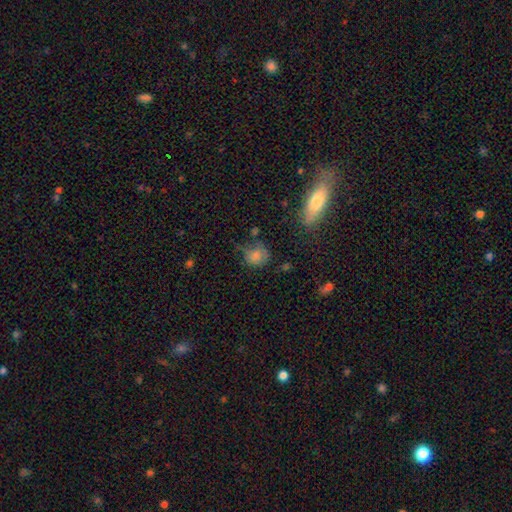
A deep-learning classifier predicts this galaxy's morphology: This appears to be a smooth galaxy with no disk features (75%) that is round (69%). Merging: none (48%).